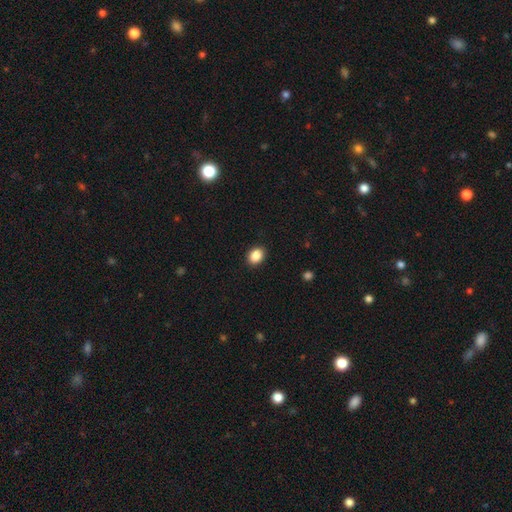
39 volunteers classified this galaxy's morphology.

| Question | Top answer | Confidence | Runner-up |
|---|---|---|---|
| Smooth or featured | smooth | 90% | featured or disk (5%) |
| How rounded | in between | 57% | round (40%) |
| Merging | none | 92% | minor disturbance (8%) |